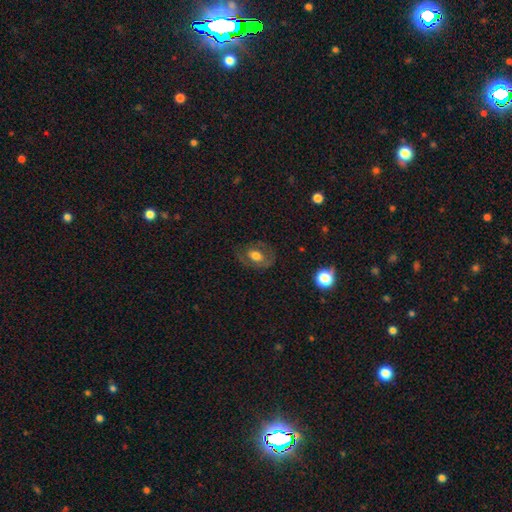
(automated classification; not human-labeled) Smooth or featured?
  - smooth: 52% *
  - featured or disk: 38%
  - star or artifact: 10%
How rounded?
  - in between: 66% *
  - round: 33%
  - cigar-shaped: 1%
Merging?
  - none: 70% *
  - minor disturbance: 18%
  - major disturbance: 10%
  - merger: 1%